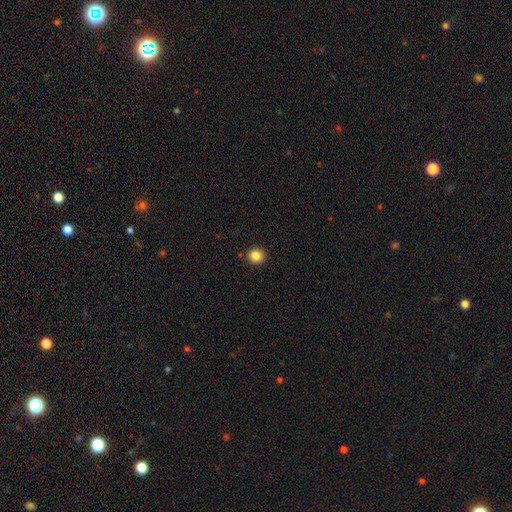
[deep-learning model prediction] smooth-or-featured: smooth: 85% | star or artifact: 10% | featured or disk: 4%
  how-rounded: round: 93% | in between: 6% | cigar-shaped: 1%
  merging: none: 91% | minor disturbance: 5% | merger: 2% | major disturbance: 2%